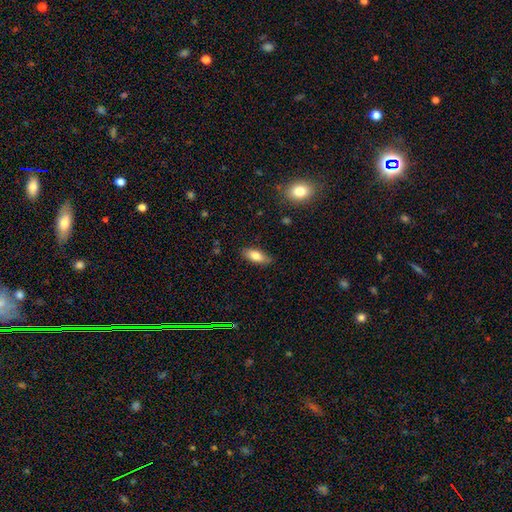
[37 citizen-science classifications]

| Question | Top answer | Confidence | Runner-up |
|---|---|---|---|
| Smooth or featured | smooth | 78% | featured or disk (16%) |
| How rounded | in between | 86% | cigar-shaped (14%) |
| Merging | none | 89% | minor disturbance (9%) |